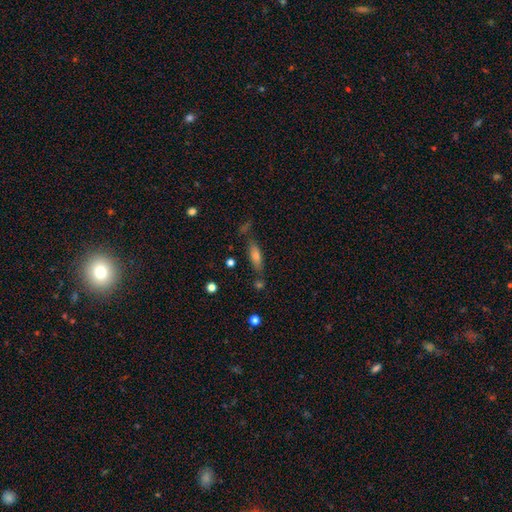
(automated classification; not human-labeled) This appears to be a smooth galaxy with no disk features (60%) that is cigar-shaped (55%). Merging: none (70%).